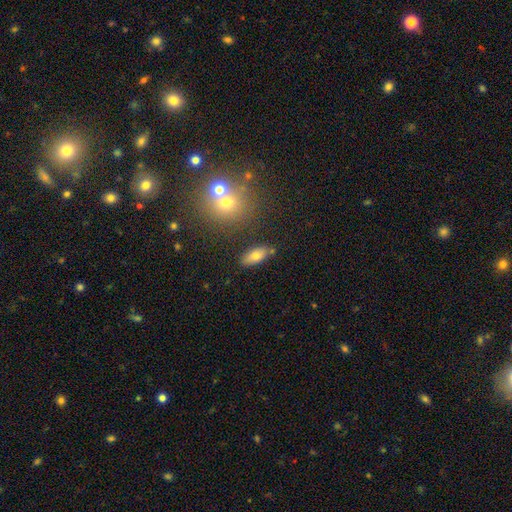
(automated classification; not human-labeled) smooth 75%, featured or disk 16%, star or artifact 9%. Down the decision tree: how rounded — in between (84%); merging — none (81%).